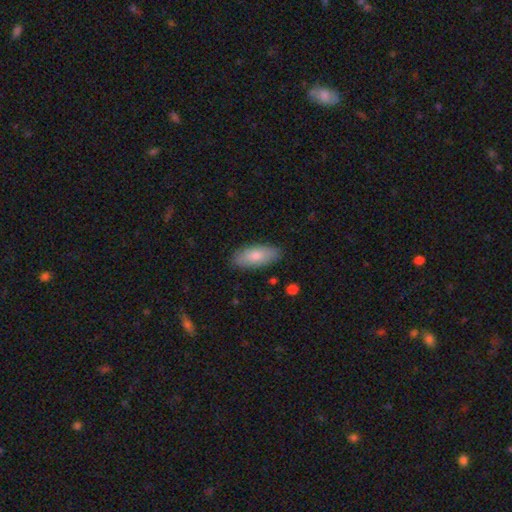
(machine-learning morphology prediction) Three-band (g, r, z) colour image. It shows a smooth galaxy with no disk features (80%) that is in between round and cigar-shaped (85%). Merging: none (86%).